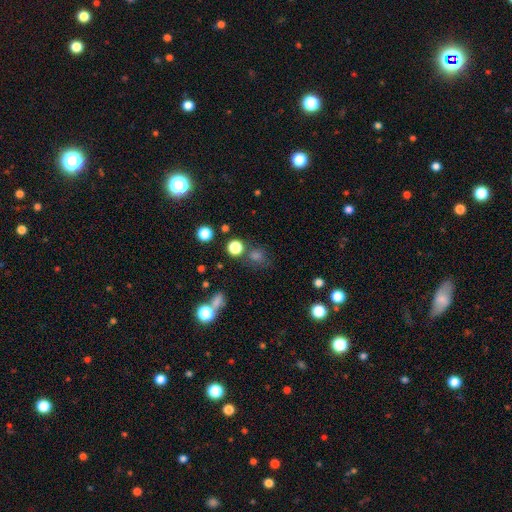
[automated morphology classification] type=smooth (59%); roundness=round (82%); merging=none (73%).